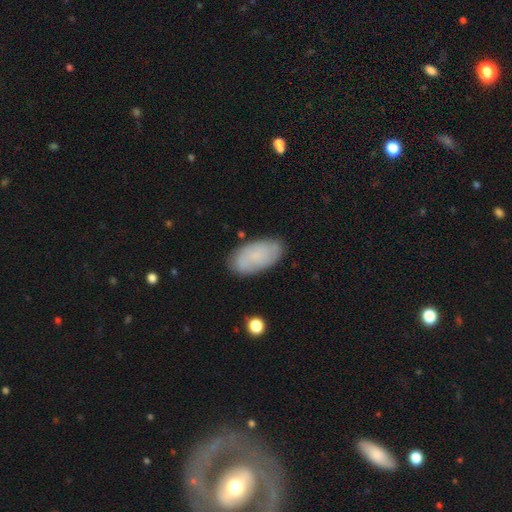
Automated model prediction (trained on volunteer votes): Smooth or featured: smooth — 71% (featured or disk — 22%)
How rounded: in between — 94% (cigar-shaped — 4%)
Merging: none — 82% (minor disturbance — 14%)